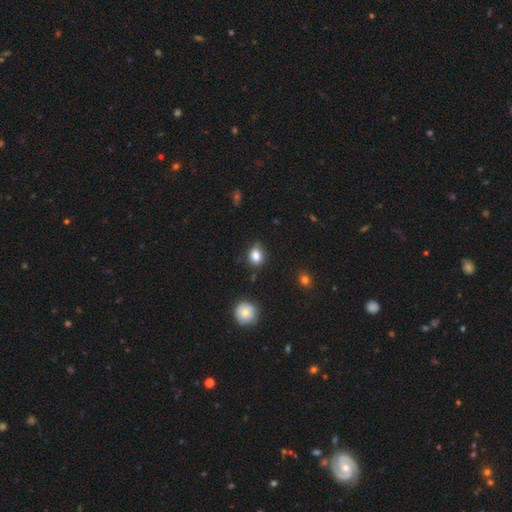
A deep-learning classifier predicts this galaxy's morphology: The model was most divided on "how rounded": round: 53%, in between: 46%, cigar-shaped: 1%. More confident: smooth or featured — smooth (84%); merging — none (72%).